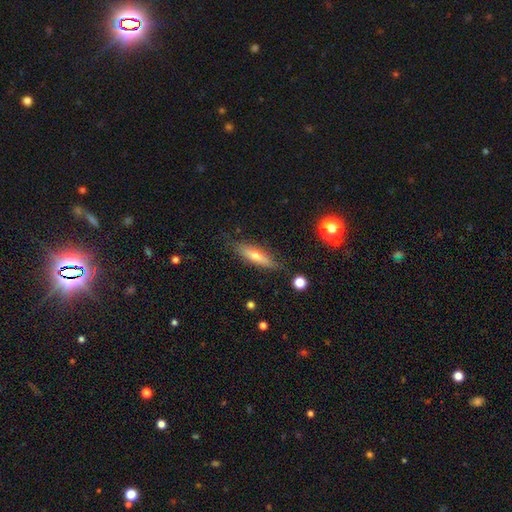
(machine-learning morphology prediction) Smooth or featured? smooth (55%)
How rounded? cigar-shaped (74%)
Merging? none (82%)